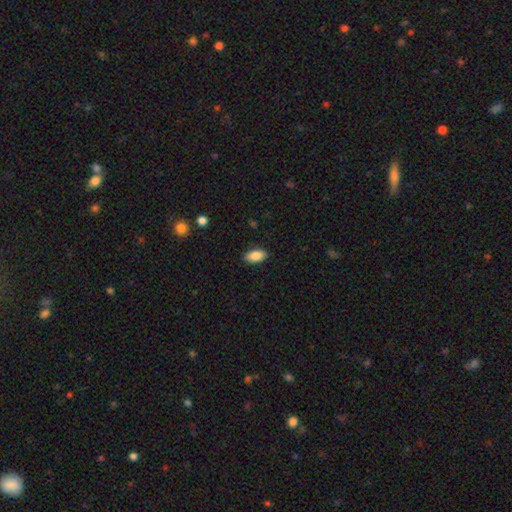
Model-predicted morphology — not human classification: Overall: smooth (87%). How rounded: in between (92%). Merging: none (88%).